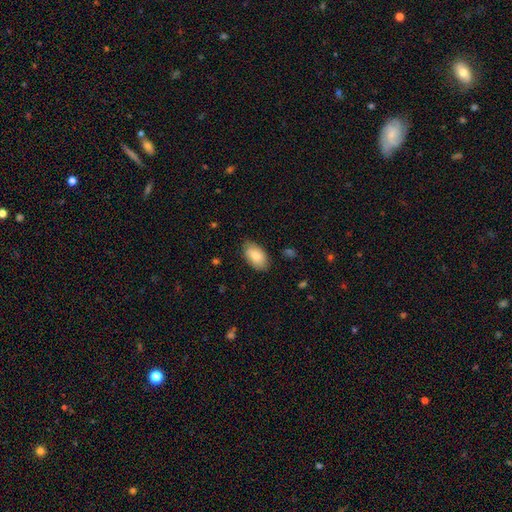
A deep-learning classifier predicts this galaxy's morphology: Smooth or featured: smooth — 85% (featured or disk — 9%)
How rounded: in between — 95% (round — 4%)
Merging: none — 80% (minor disturbance — 15%)